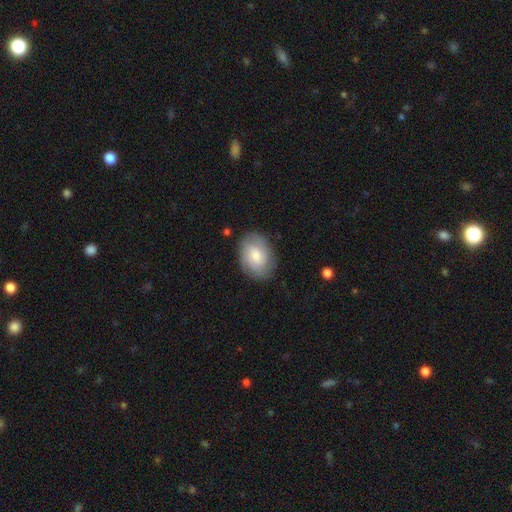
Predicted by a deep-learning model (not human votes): Morphology: type=smooth (69%); roundness=in between (74%); merging=none (81%).